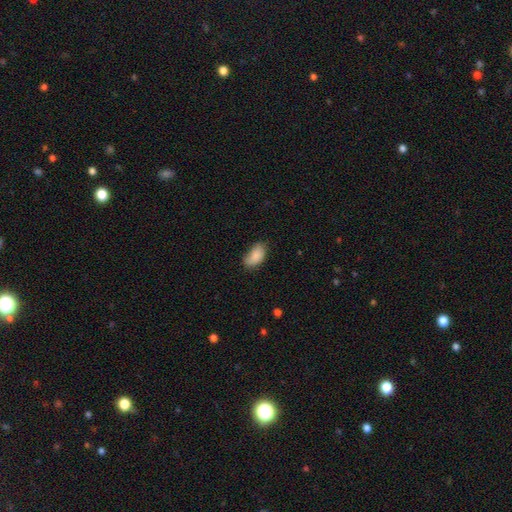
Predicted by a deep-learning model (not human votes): A smooth galaxy with no disk features (86%) that is in between round and cigar-shaped (93%). Merging: none (63%).